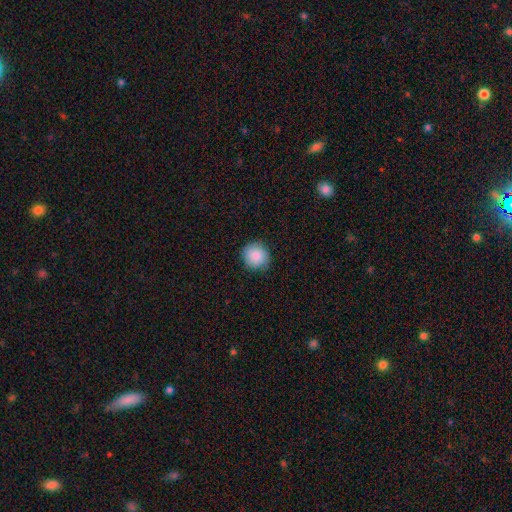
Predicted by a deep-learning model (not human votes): A smooth galaxy with no disk features (88%) that is round (90%). Merging: none (86%).